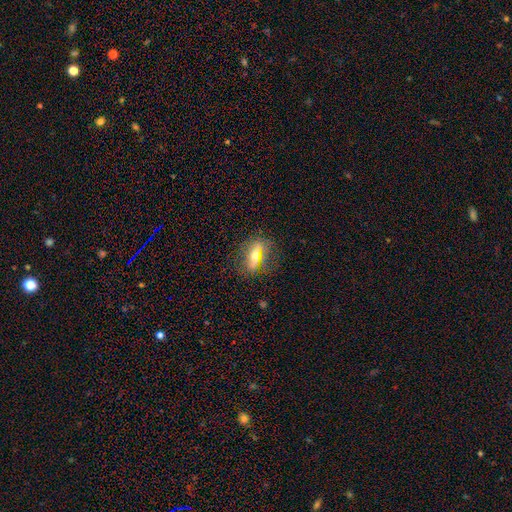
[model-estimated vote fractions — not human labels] smooth_or_featured: featured or disk (p=0.51) [alt: smooth p=0.37]
disk_edge_on: no (p=0.55) [alt: yes p=0.45]
merging: none (p=0.76) [alt: minor disturbance p=0.16]